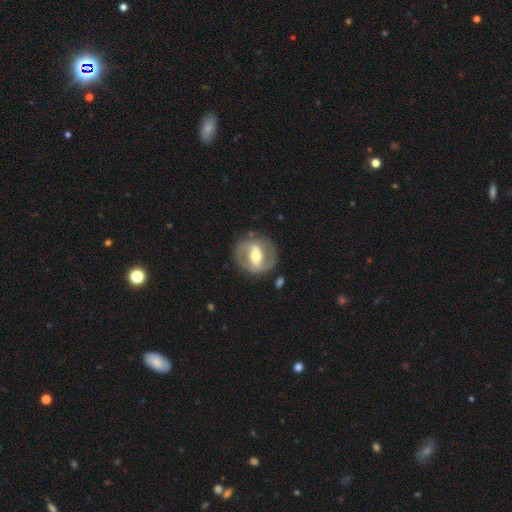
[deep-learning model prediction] featured or disk 75%, smooth 20%, star or artifact 5%. Down the decision tree: edge-on disk — no (95%); bar — strong (54%); spiral arms — yes (70%); spiral arm count — 2 (85%); spiral winding — medium (46%); bulge size — moderate (69%); merging — none (81%).